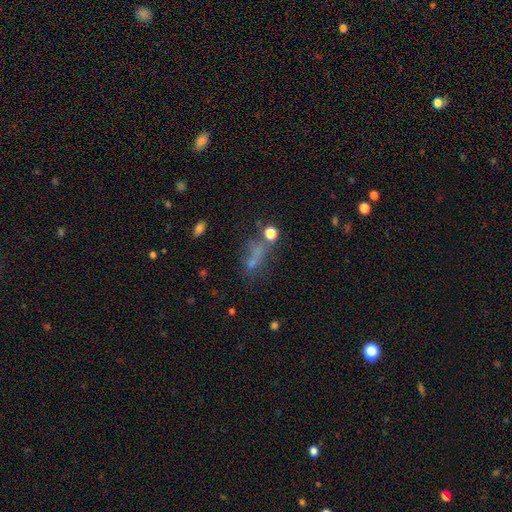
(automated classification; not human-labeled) smooth 49%, star or artifact 32%, featured or disk 20%. Down the decision tree: merging — none (43%).